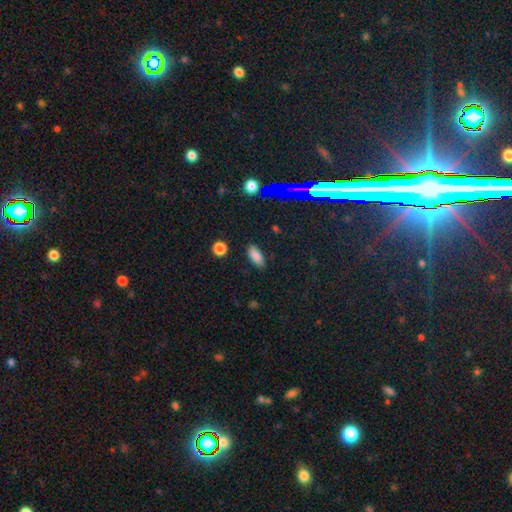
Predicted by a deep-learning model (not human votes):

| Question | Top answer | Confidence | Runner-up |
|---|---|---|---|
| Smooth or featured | smooth | 82% | star or artifact (13%) |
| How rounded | in between | 85% | cigar-shaped (12%) |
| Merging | none | 86% | minor disturbance (10%) |